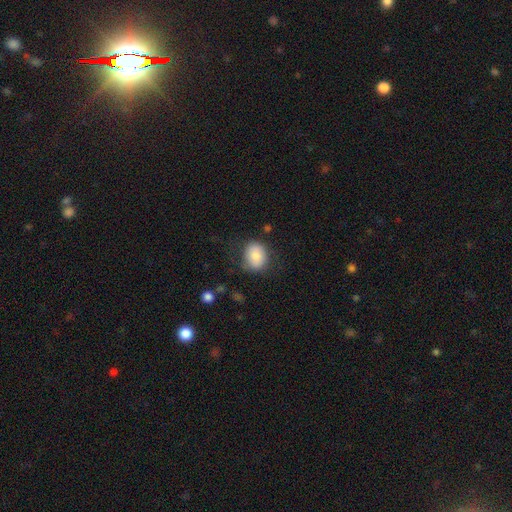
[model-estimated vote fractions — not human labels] Q: Smooth or featured?
A: smooth (82%); runner-up: featured or disk (11%)
Q: How rounded?
A: in between (51%); runner-up: round (49%)
Q: Merging?
A: none (67%); runner-up: minor disturbance (21%)